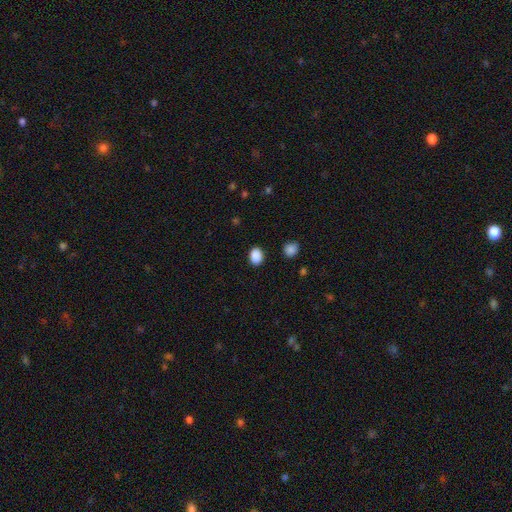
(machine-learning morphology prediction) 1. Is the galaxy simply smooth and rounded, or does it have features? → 89% smooth, 9% star or artifact, 3% featured or disk.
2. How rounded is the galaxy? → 62% in between, 37% round, 1% cigar-shaped.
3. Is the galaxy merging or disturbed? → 89% none, 8% minor disturbance, 2% major disturbance, 2% merger.